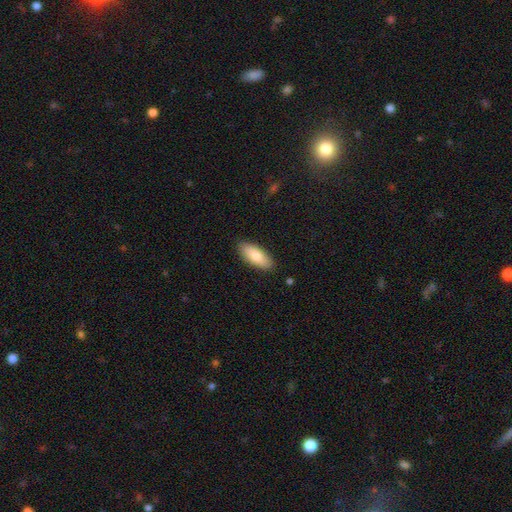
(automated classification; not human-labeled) smooth 79%, featured or disk 15%, star or artifact 6%. Down the decision tree: how rounded — in between (80%); merging — none (88%).